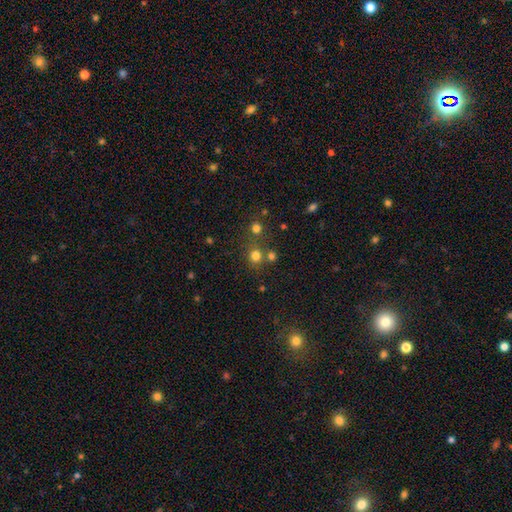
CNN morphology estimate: Smooth or featured? Predicted: smooth (p=0.74). How rounded? Predicted: round (p=0.87). Merging? Predicted: none (p=0.69).